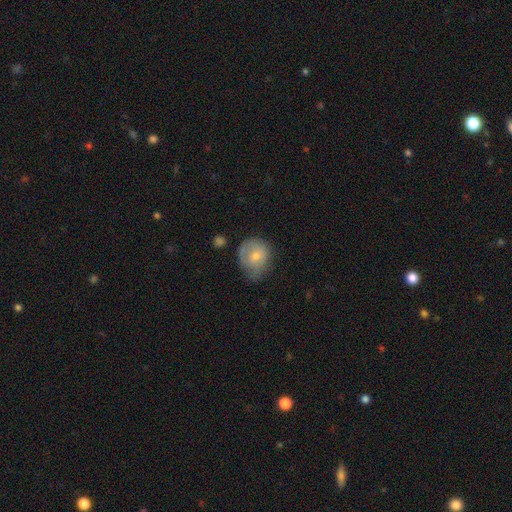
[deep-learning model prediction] A smooth galaxy with no disk features (62%) that is round (67%).

Vote fractions:
- Smooth or featured? smooth: 62% / featured or disk: 31% / star or artifact: 7%
- How rounded? round: 67% / in between: 32% / cigar-shaped: 1%
- Merging? none: 44% / minor disturbance: 37% / major disturbance: 16% / merger: 3%